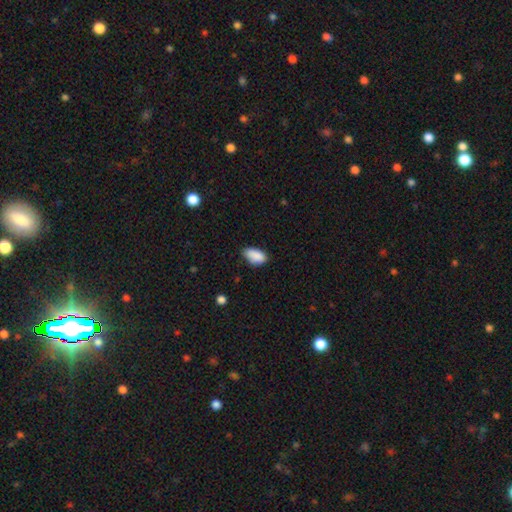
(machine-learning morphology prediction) Smooth or featured? Predicted: smooth (p=0.88). How rounded? Predicted: in between (p=0.93). Merging? Predicted: none (p=0.62).